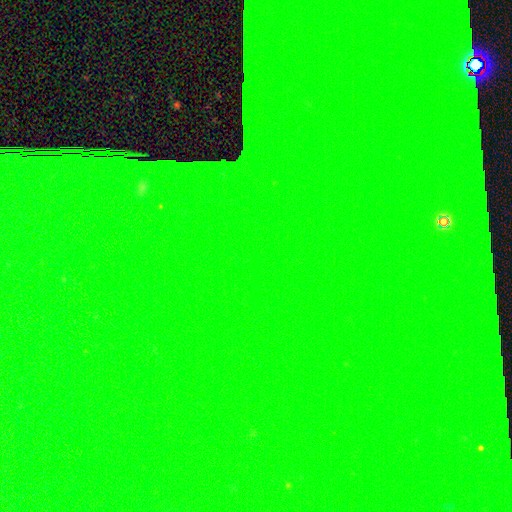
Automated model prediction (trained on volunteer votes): The model was most divided on "smooth or featured": star or artifact: 83%, smooth: 9%, featured or disk: 8%.